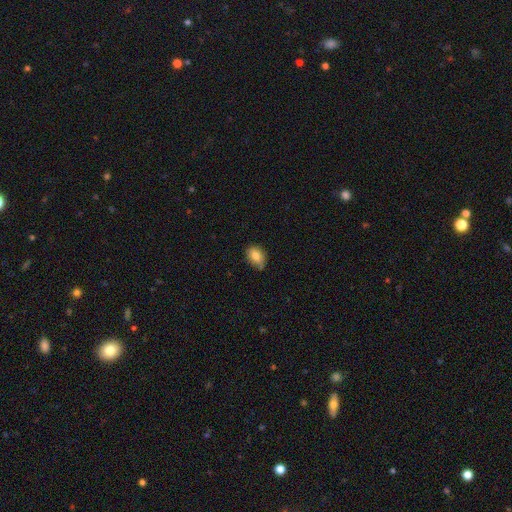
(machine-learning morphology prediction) Smooth or featured: smooth — 79% (featured or disk — 12%)
How rounded: in between — 74% (round — 25%)
Merging: none — 70% (minor disturbance — 24%)